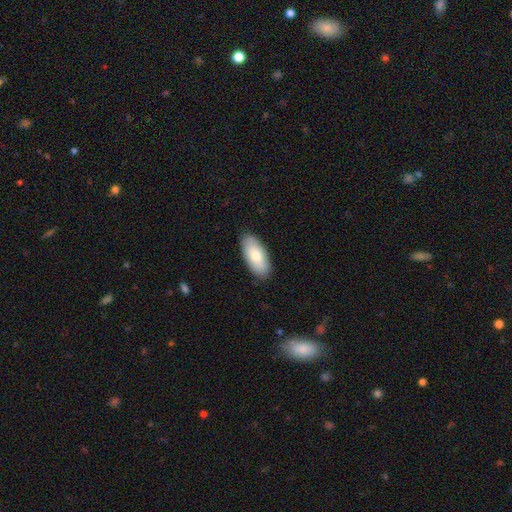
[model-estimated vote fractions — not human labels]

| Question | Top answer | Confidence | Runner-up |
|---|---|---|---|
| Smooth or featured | smooth | 79% | featured or disk (15%) |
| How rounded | in between | 90% | cigar-shaped (8%) |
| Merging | none | 88% | minor disturbance (9%) |